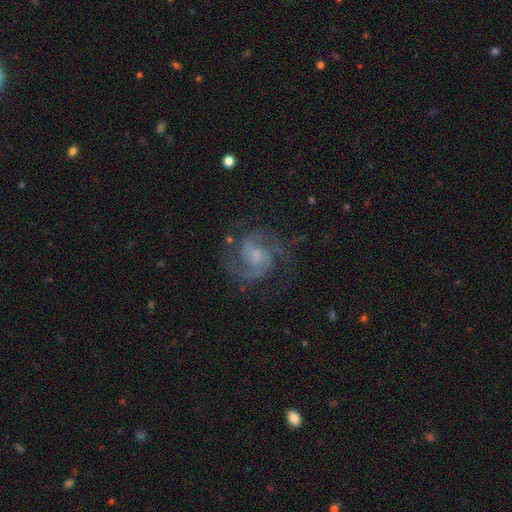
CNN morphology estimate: Smooth or featured? featured or disk (88%)
Edge-on disk? no (98%)
Bar? weak (48%)
Spiral arms? yes (97%)
Spiral winding? medium (58%)
Spiral arm count? 2 (84%)
Bulge size? small (41%)
Merging? none (72%)